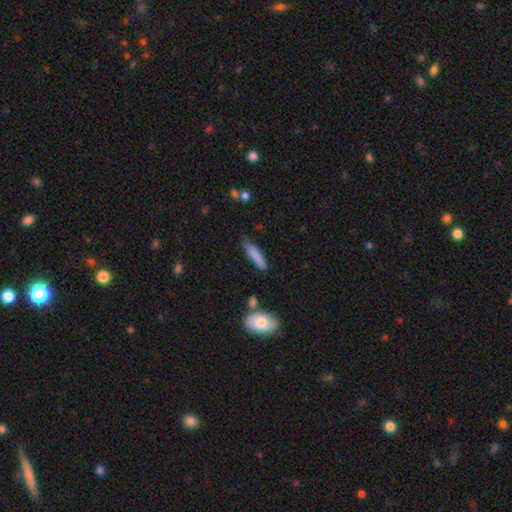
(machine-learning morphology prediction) Smooth or featured? smooth (81%)
How rounded? cigar-shaped (78%)
Merging? none (68%)